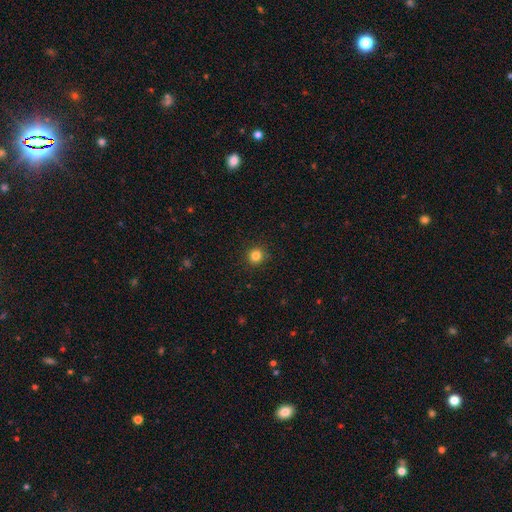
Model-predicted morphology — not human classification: smooth_or_featured: smooth (p=0.83) [alt: star or artifact p=0.12]
how_rounded: round (p=0.92) [alt: in between p=0.07]
merging: none (p=0.92) [alt: minor disturbance p=0.06]